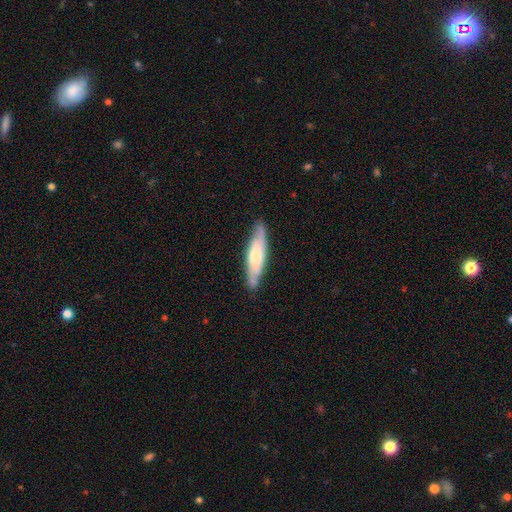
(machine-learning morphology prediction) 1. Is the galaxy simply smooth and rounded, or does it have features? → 56% featured or disk, 38% smooth, 6% star or artifact.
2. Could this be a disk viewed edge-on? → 53% no, 47% yes.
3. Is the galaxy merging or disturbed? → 79% none, 16% minor disturbance, 3% major disturbance, 2% merger.